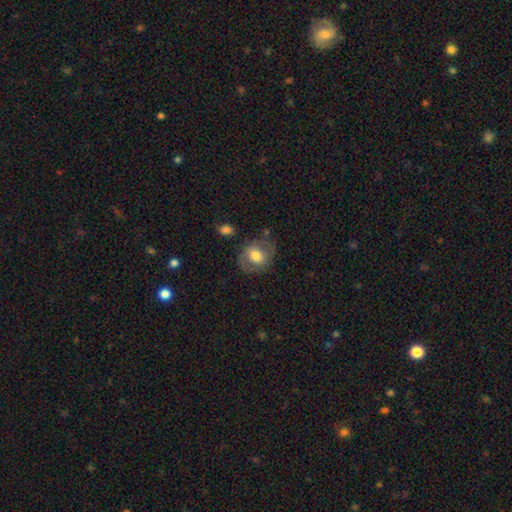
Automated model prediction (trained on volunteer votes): smooth 54%, featured or disk 39%, star or artifact 7%. Down the decision tree: how rounded — round (56%); merging — none (68%).